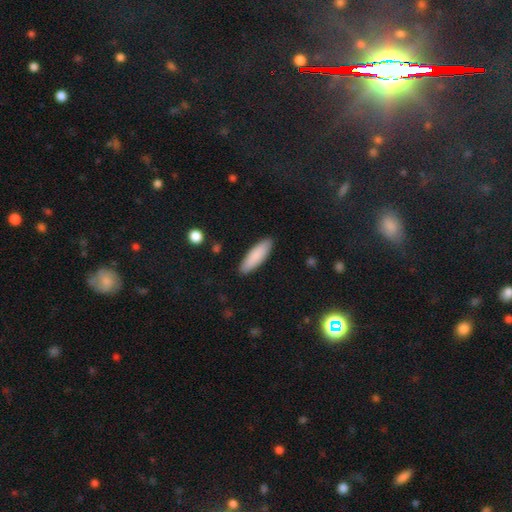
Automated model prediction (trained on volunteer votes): smooth_or_featured: smooth (p=0.87) [alt: featured or disk p=0.08]
how_rounded: cigar-shaped (p=0.52) [alt: in between p=0.47]
merging: none (p=0.89) [alt: minor disturbance p=0.08]